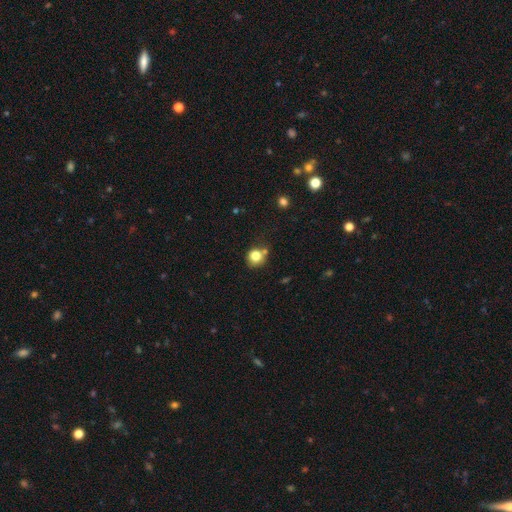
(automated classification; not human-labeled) This is likely a smooth galaxy (80%). How rounded: clearly round (87%). Merging: likely none (65%).